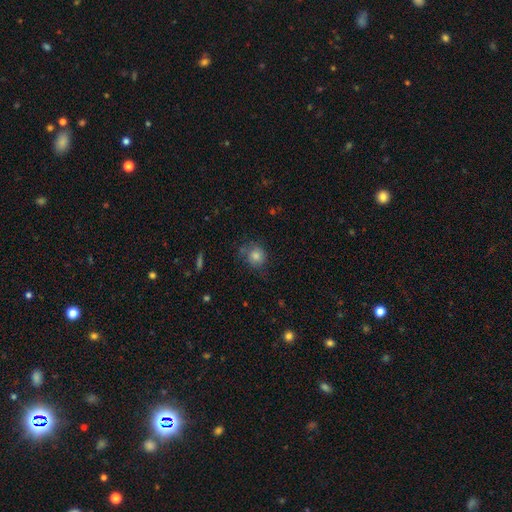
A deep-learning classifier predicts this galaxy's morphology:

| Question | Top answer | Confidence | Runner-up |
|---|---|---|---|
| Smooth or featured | smooth | 77% | star or artifact (13%) |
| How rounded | round | 84% | in between (15%) |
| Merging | none | 69% | minor disturbance (20%) |